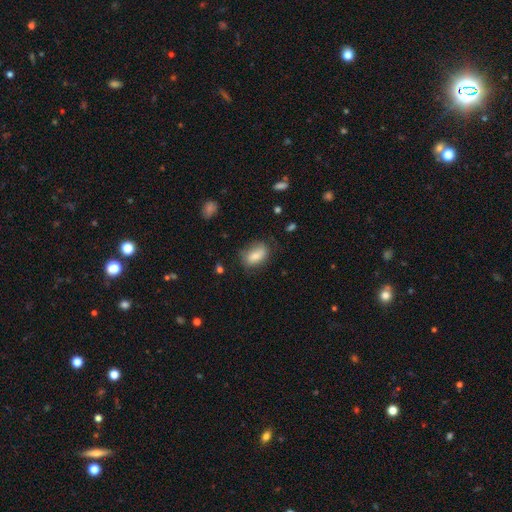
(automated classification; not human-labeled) Overall: smooth (77%). How rounded: in between (87%). Merging: none (61%; minor disturbance 27%).